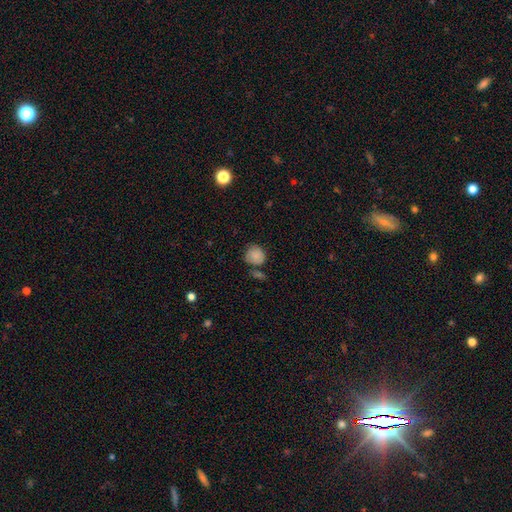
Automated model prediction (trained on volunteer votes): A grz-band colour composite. It shows a smooth galaxy with no disk features (82%) that is round (80%). Merging: none (58%).